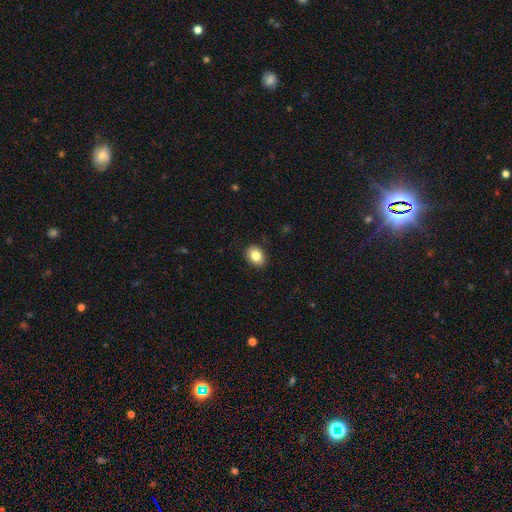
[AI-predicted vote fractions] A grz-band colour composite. It shows a smooth galaxy with no disk features (84%) that is in between round and cigar-shaped (66%). Merging: none (89%).